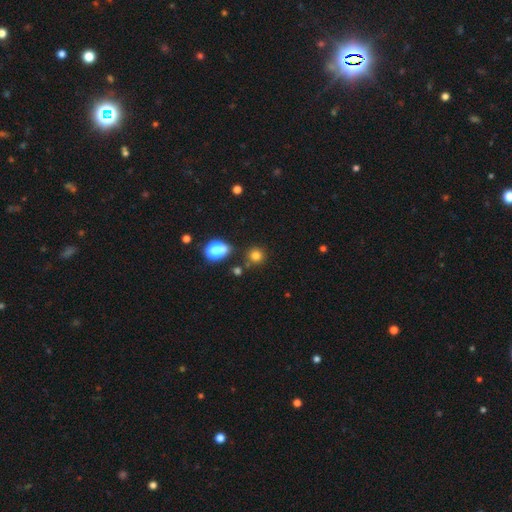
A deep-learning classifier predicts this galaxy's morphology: The model was most divided on "smooth or featured": smooth: 80%, star or artifact: 15%, featured or disk: 6%. More confident: how rounded — round (87%); merging — none (79%).